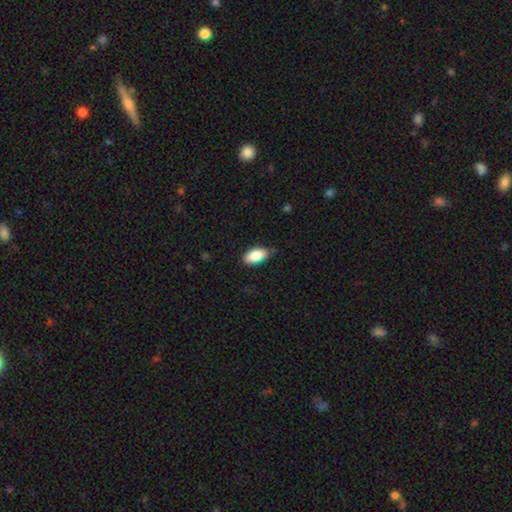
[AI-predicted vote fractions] Smooth or featured? Predicted: smooth (p=0.86). How rounded? Predicted: in between (p=0.93). Merging? Predicted: none (p=0.82).